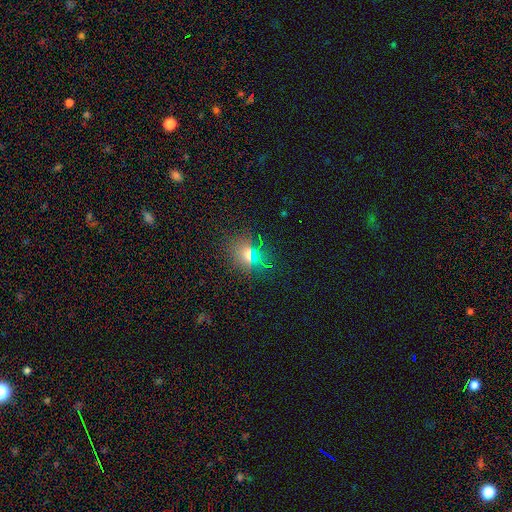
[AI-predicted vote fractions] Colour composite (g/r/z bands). It shows a smooth galaxy with no disk features (53%) that is round (69%). Merging: none (83%).